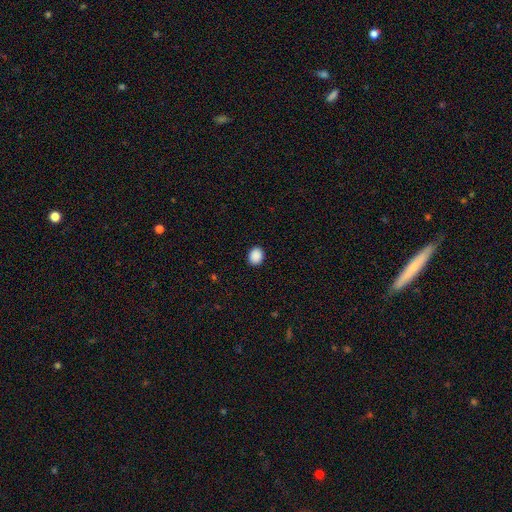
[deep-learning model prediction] Smooth or featured? smooth (90%)
How rounded? round (56%)
Merging? none (91%)